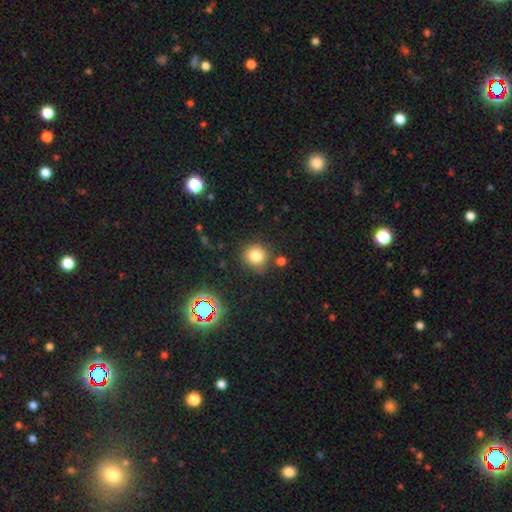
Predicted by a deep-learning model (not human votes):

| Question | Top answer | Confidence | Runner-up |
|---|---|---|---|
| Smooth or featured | smooth | 81% | star or artifact (13%) |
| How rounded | round | 89% | in between (10%) |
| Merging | none | 80% | minor disturbance (11%) |